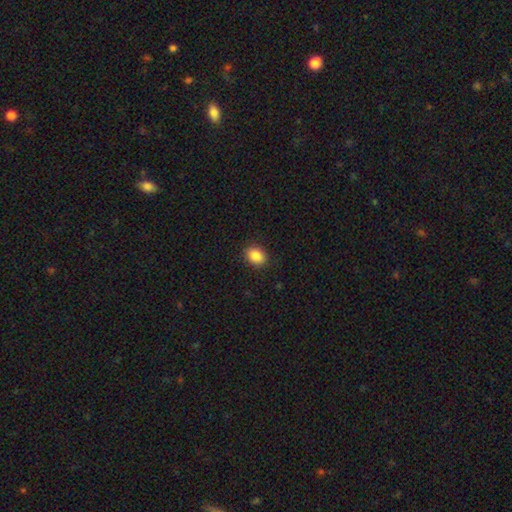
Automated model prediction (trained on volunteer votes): smooth 87%, star or artifact 9%, featured or disk 4%. Down the decision tree: how rounded — in between (65%); merging — none (88%).